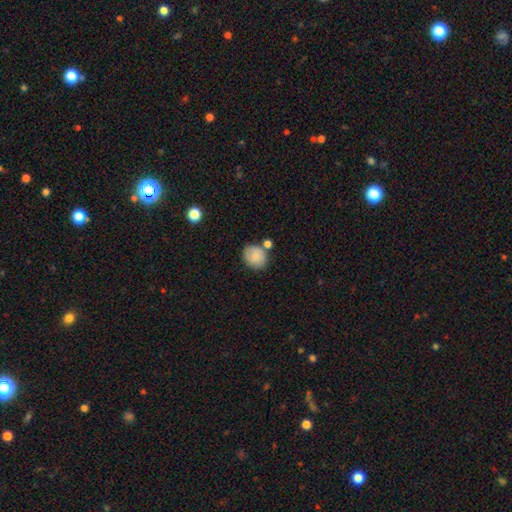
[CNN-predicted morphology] Smooth or featured?
  - smooth: 82% *
  - featured or disk: 9%
  - star or artifact: 8%
How rounded?
  - round: 70% *
  - in between: 29%
  - cigar-shaped: 1%
Merging?
  - none: 65% *
  - minor disturbance: 16%
  - merger: 14%
  - major disturbance: 5%